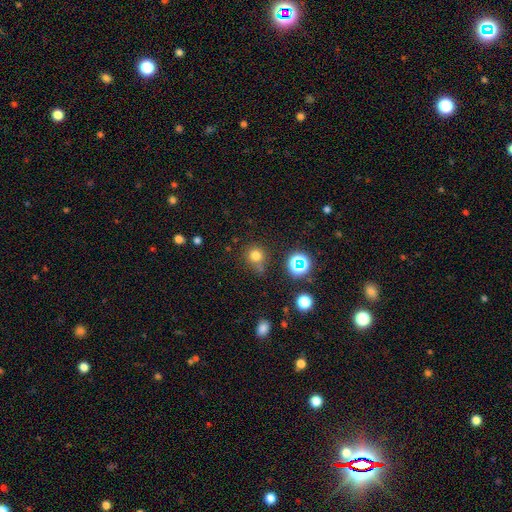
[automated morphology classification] Smooth or featured? Predicted: smooth (p=0.73). How rounded? Predicted: round (p=0.89). Merging? Predicted: none (p=0.66).